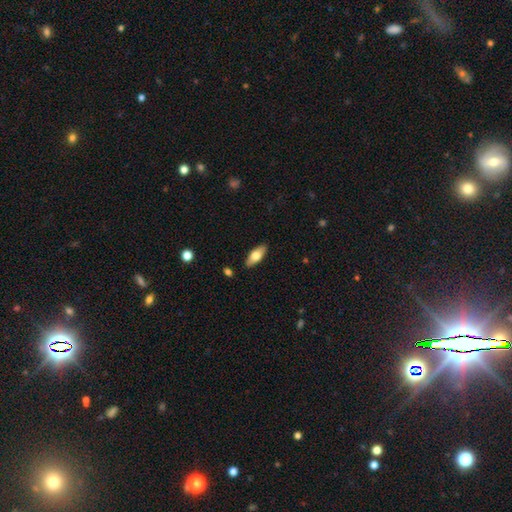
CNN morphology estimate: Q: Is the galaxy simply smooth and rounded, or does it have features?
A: smooth — 68%.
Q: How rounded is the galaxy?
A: in between — 80%.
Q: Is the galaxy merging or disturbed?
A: none — 88%.